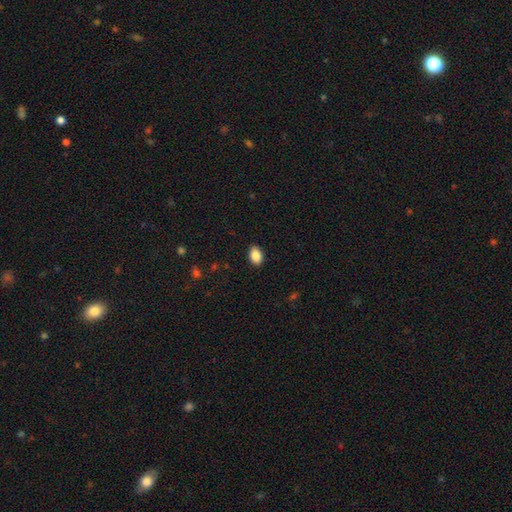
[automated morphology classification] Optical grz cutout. It shows a smooth galaxy with no disk features (88%) that is in between round and cigar-shaped (87%). Merging: none (89%).